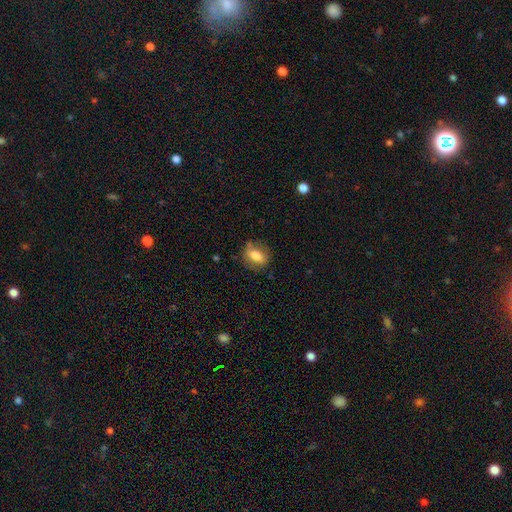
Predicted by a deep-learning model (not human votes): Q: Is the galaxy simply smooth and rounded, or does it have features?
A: smooth — 73%.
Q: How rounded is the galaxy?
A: in between — 69%.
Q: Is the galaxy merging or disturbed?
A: none — 76%.